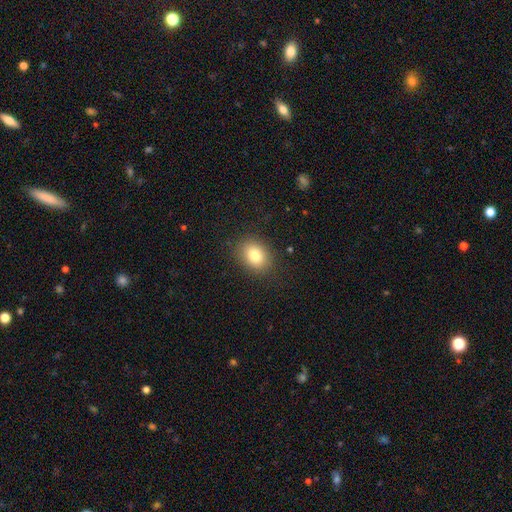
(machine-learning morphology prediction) This is clearly a smooth galaxy (80%). How rounded: possibly in between (58%). Merging: clearly none (87%).